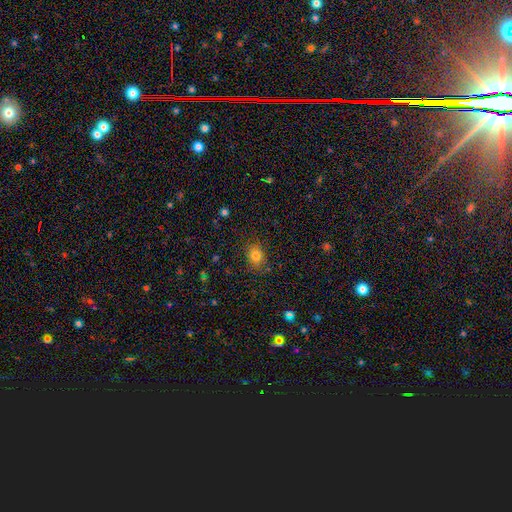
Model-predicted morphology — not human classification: Overall: smooth (80%). How rounded: in between (50%; round 49%). Merging: none (83%).